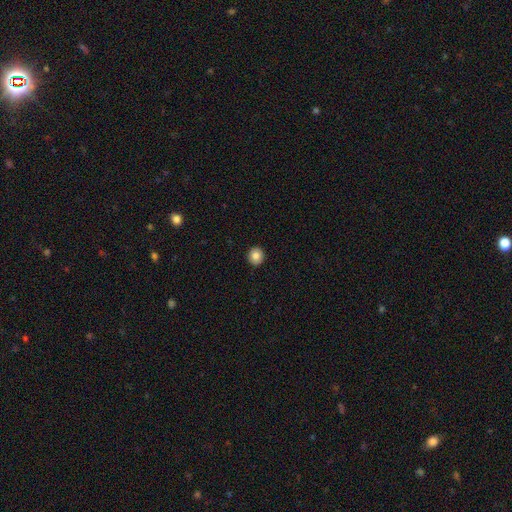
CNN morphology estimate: smooth-or-featured: smooth: 85% | star or artifact: 9% | featured or disk: 6%
  how-rounded: round: 89% | in between: 10% | cigar-shaped: 1%
  merging: none: 93% | minor disturbance: 5% | major disturbance: 1% | merger: 1%